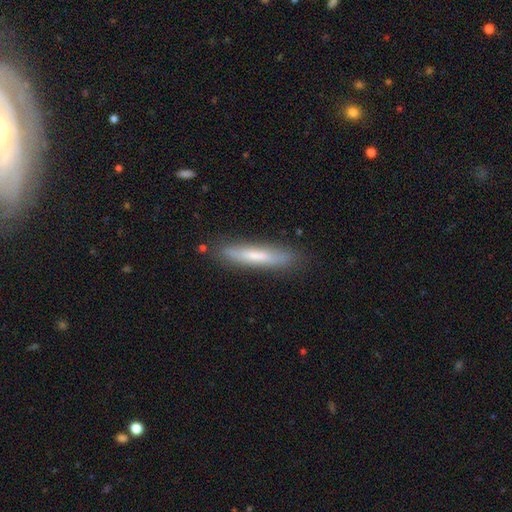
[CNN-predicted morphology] Overall: smooth (62%; featured or disk 32%). How rounded: cigar-shaped (90%). Merging: none (83%).